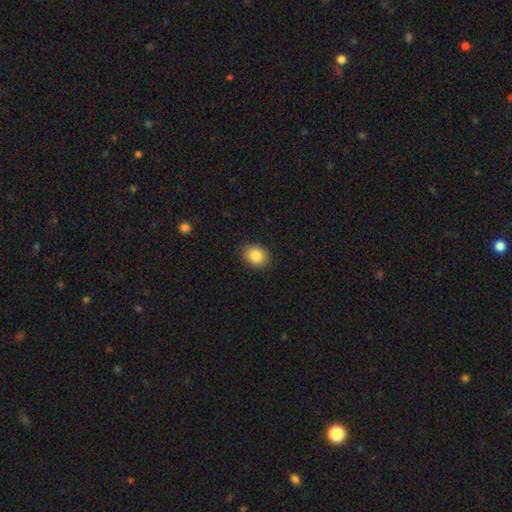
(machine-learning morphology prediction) Smooth or featured? smooth (86%)
How rounded? round (58%)
Merging? none (89%)